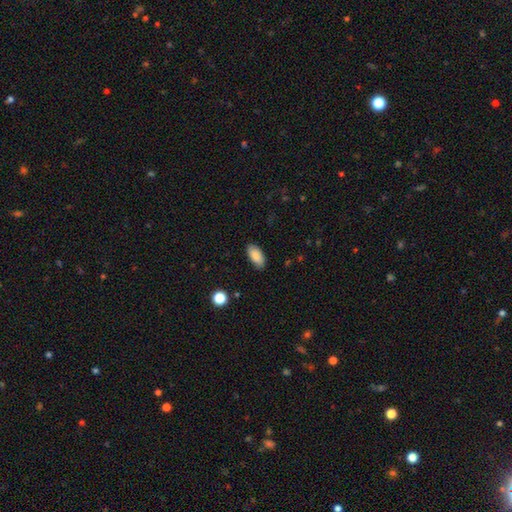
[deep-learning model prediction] smooth-or-featured: smooth: 86% | star or artifact: 7% | featured or disk: 6%
  how-rounded: in between: 93% | cigar-shaped: 4% | round: 2%
  merging: none: 83% | minor disturbance: 13% | major disturbance: 2% | merger: 1%